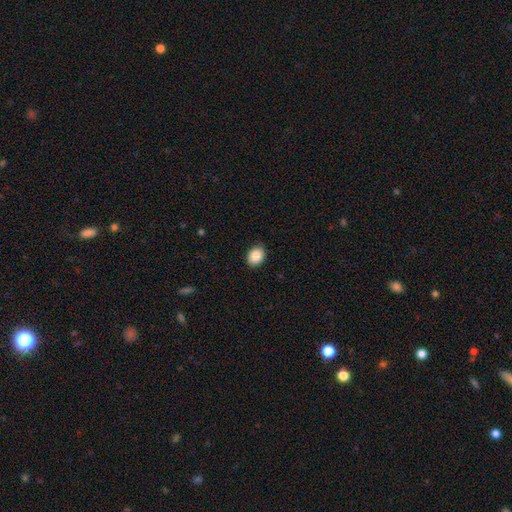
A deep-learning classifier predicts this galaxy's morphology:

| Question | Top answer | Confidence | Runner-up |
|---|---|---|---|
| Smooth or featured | smooth | 87% | star or artifact (8%) |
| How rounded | in between | 55% | round (44%) |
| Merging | none | 83% | minor disturbance (14%) |